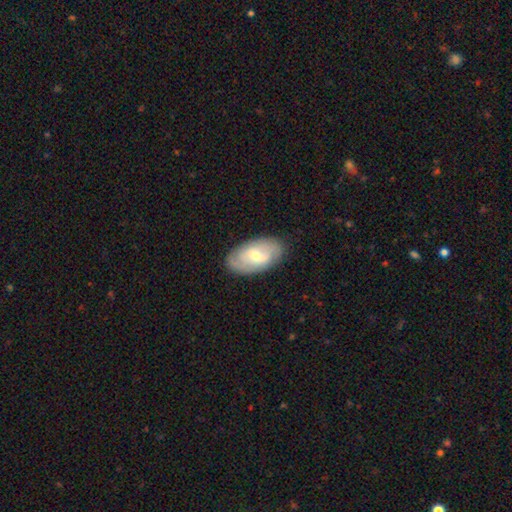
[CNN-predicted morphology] smooth_or_featured: featured or disk (p=0.54) [alt: smooth p=0.40]
disk_edge_on: no (p=0.92) [alt: yes p=0.08]
bar: weak (p=0.56) [alt: strong p=0.23]
has_spiral_arms: yes (p=0.67) [alt: no p=0.33]
bulge_size: moderate (p=0.54) [alt: small p=0.39]
merging: none (p=0.82) [alt: minor disturbance p=0.13]